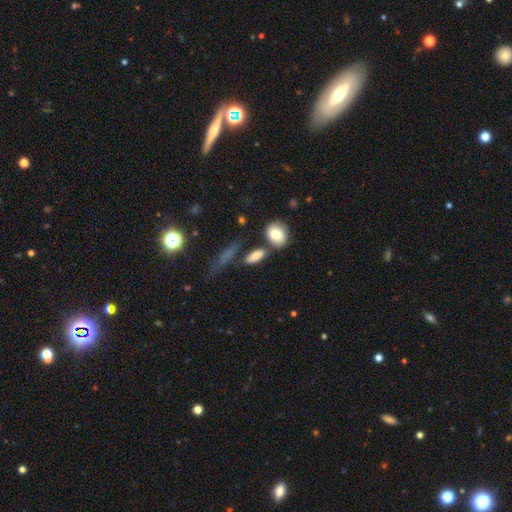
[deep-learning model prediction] smooth 79%, featured or disk 12%, star or artifact 9%. Down the decision tree: how rounded — in between (68%); merging — none (59%).